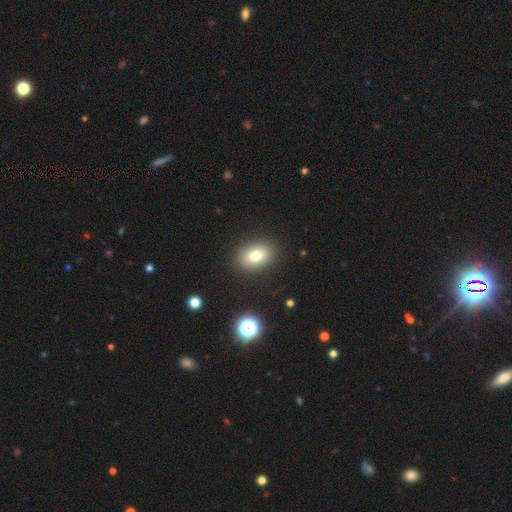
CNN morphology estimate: This appears to be a smooth galaxy with no disk features (77%) that is in between round and cigar-shaped (76%). Merging: none (88%).